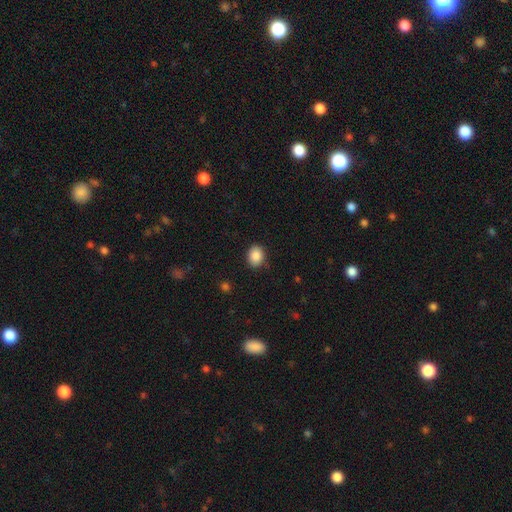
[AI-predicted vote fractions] smooth 88%, star or artifact 8%, featured or disk 4%. Down the decision tree: how rounded — in between (56%); merging — none (85%).